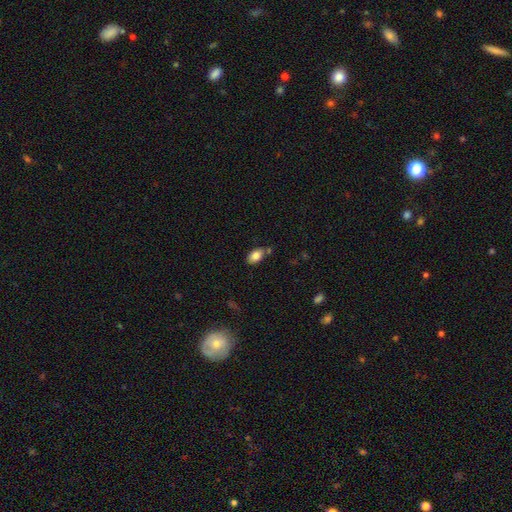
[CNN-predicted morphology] smooth_or_featured: smooth (p=0.82) [alt: featured or disk p=0.10]
how_rounded: in between (p=0.91) [alt: round p=0.07]
merging: none (p=0.71) [alt: minor disturbance p=0.17]